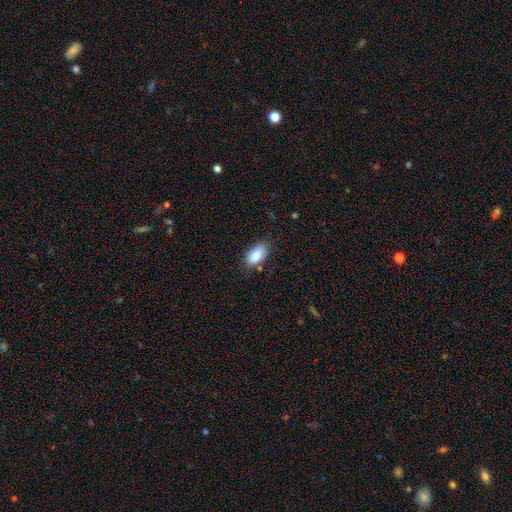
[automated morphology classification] Smooth or featured? smooth (83%)
How rounded? in between (92%)
Merging? none (76%)